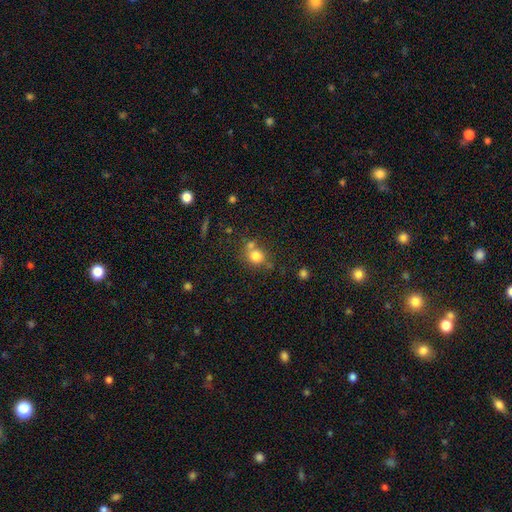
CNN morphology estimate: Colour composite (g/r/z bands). It shows a smooth galaxy with no disk features (78%) that is round (82%). Merging: none (56%).